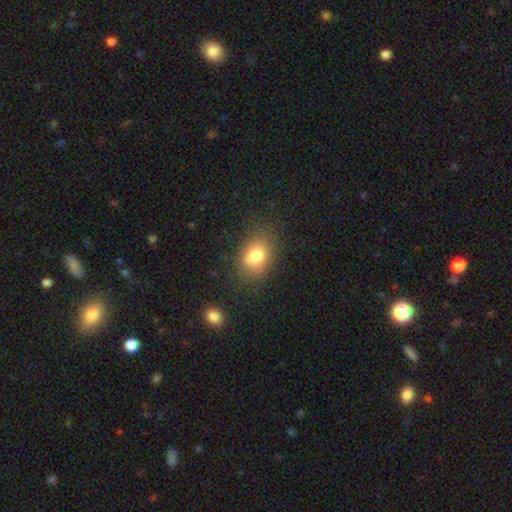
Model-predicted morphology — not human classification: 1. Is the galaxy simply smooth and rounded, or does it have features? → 77% smooth, 12% featured or disk, 11% star or artifact.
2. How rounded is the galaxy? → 69% in between, 29% round, 1% cigar-shaped.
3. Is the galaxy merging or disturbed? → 68% none, 20% minor disturbance, 8% major disturbance, 4% merger.